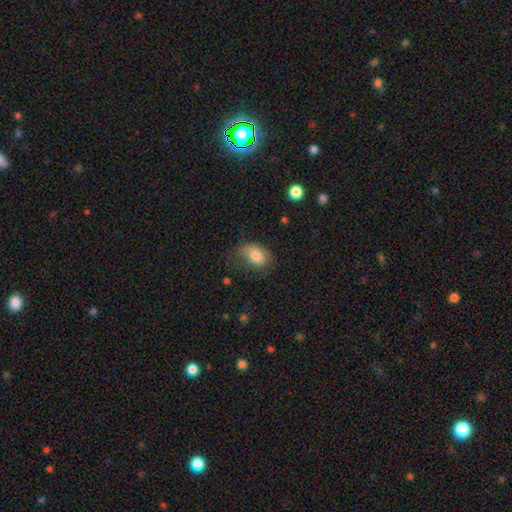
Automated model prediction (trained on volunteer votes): Smooth or featured: smooth — 79% (featured or disk — 13%)
How rounded: in between — 84% (round — 15%)
Merging: none — 48% (minor disturbance — 31%)